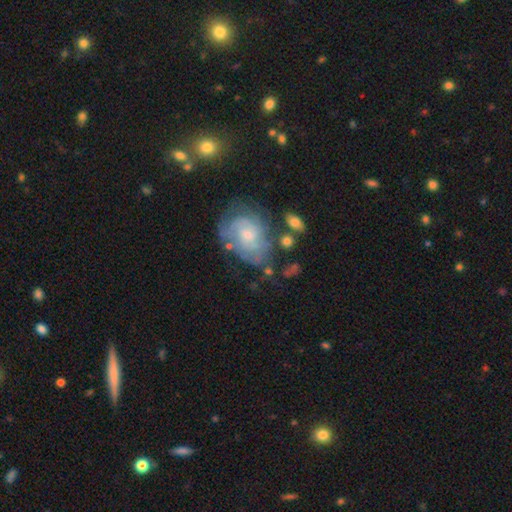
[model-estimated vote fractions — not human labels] Morphology: type=featured or disk (63%); edge-on=no (95%); bar=no (74%); spiral arms=yes (82%); bulge=small (49%); merging=none (64%).